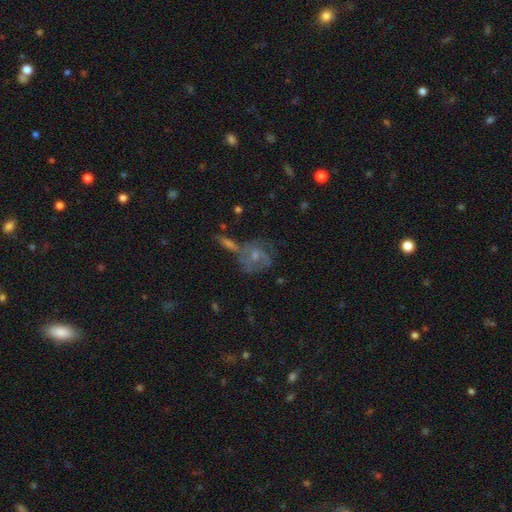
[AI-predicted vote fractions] A featured or disk galaxy (55%) with no bar (64%), spiral arms (66%) and a moderate central bulge (42%).

Vote fractions:
- Smooth or featured? featured or disk: 55% / smooth: 33% / star or artifact: 12%
- Edge-on disk? no: 94% / yes: 6%
- Bar? no: 64% / weak: 30% / strong: 5%
- Spiral arms? yes: 66% / no: 34%
- Bulge size? moderate: 42% / small: 41% / none: 11% / large: 4% / dominant: 1%
- Merging? none: 44% / merger: 22% / minor disturbance: 18% / major disturbance: 16%